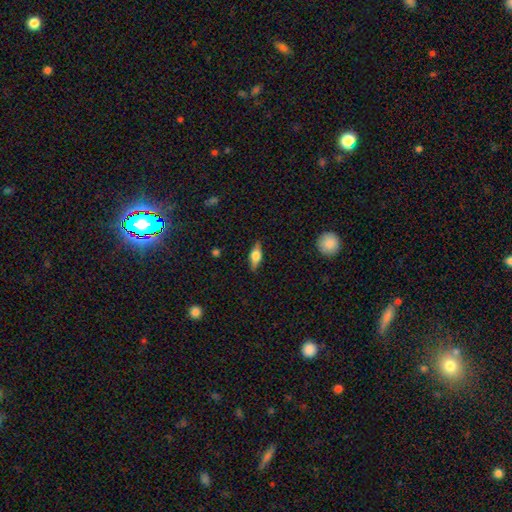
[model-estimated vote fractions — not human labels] A smooth galaxy with no disk features (49%).

Vote fractions:
- Smooth or featured? smooth: 49% / featured or disk: 44% / star or artifact: 7%
- Merging? none: 84% / minor disturbance: 12% / major disturbance: 3% / merger: 1%